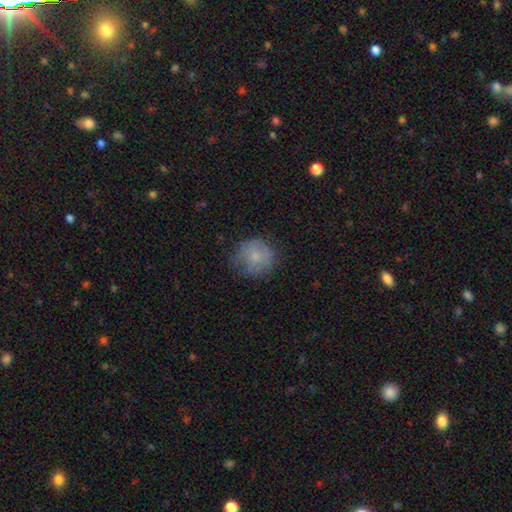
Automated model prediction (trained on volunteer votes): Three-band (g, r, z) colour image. It shows a smooth galaxy with no disk features (71%) that is round (84%). Merging: none (63%).